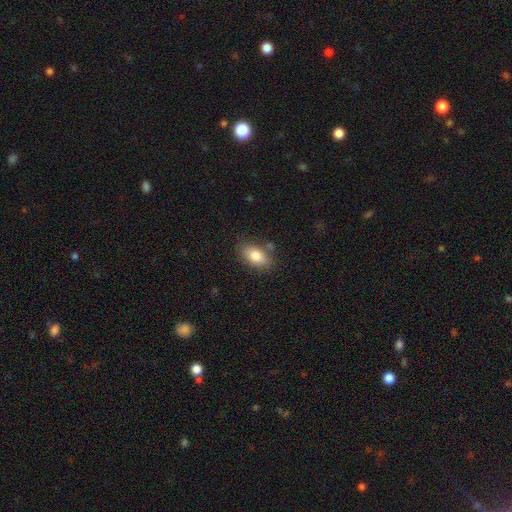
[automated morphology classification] Smooth or featured? Predicted: smooth (p=0.79). How rounded? Predicted: in between (p=0.88). Merging? Predicted: none (p=0.78).